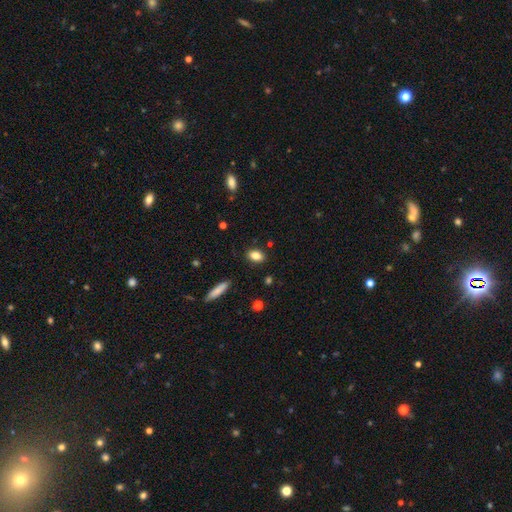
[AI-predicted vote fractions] Smooth or featured?
  - smooth: 84% *
  - star or artifact: 8%
  - featured or disk: 8%
How rounded?
  - in between: 85% *
  - round: 11%
  - cigar-shaped: 4%
Merging?
  - none: 87% *
  - minor disturbance: 9%
  - major disturbance: 2%
  - merger: 2%